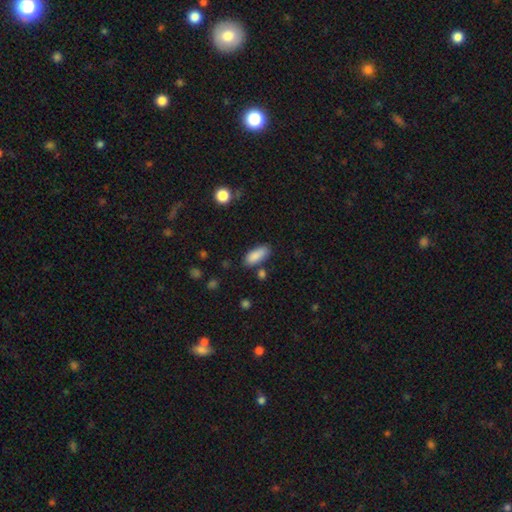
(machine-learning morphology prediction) Smooth or featured?
  - smooth: 88% *
  - star or artifact: 7%
  - featured or disk: 5%
How rounded?
  - in between: 79% *
  - cigar-shaped: 19%
  - round: 2%
Merging?
  - none: 75% *
  - minor disturbance: 15%
  - merger: 6%
  - major disturbance: 4%